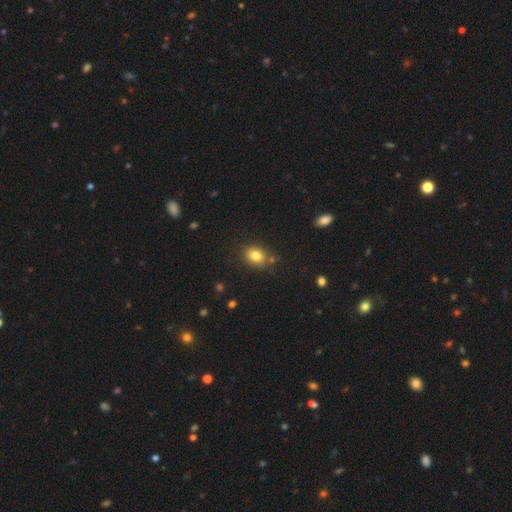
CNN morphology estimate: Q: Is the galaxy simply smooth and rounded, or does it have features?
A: smooth — 81%.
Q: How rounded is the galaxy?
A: in between — 64%.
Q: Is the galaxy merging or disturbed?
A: none — 77%.